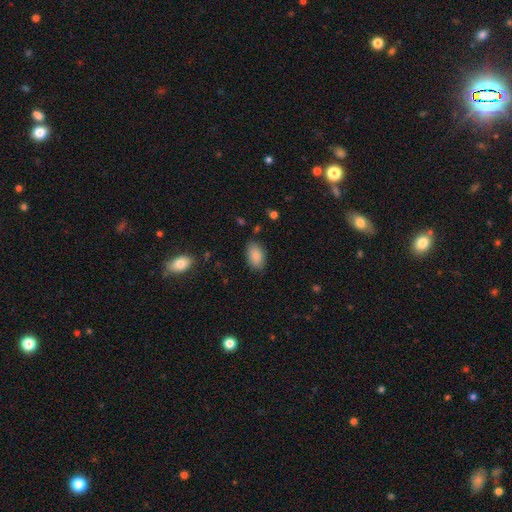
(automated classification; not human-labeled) Q: Smooth or featured?
A: smooth (87%); runner-up: star or artifact (7%)
Q: How rounded?
A: in between (93%); runner-up: round (6%)
Q: Merging?
A: none (82%); runner-up: minor disturbance (13%)